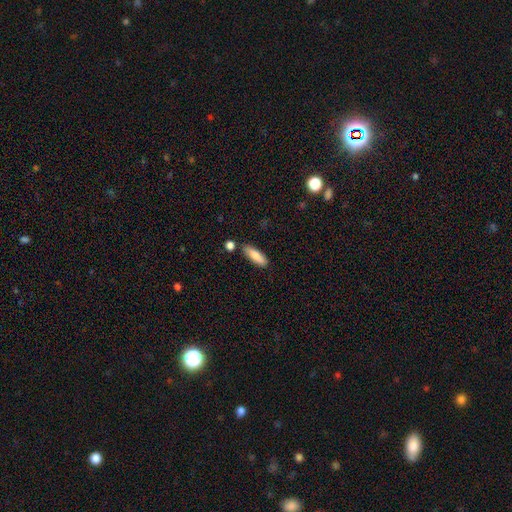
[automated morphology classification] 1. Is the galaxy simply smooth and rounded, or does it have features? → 82% smooth, 12% featured or disk, 6% star or artifact.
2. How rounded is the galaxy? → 50% in between, 48% cigar-shaped, 2% round.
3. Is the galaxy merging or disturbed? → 79% none, 12% minor disturbance, 6% merger, 3% major disturbance.